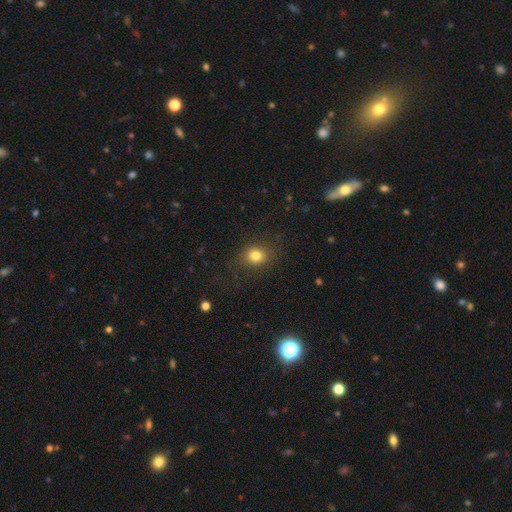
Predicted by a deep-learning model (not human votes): A smooth galaxy with no disk features (80%) that is round (65%). Merging: none (80%).